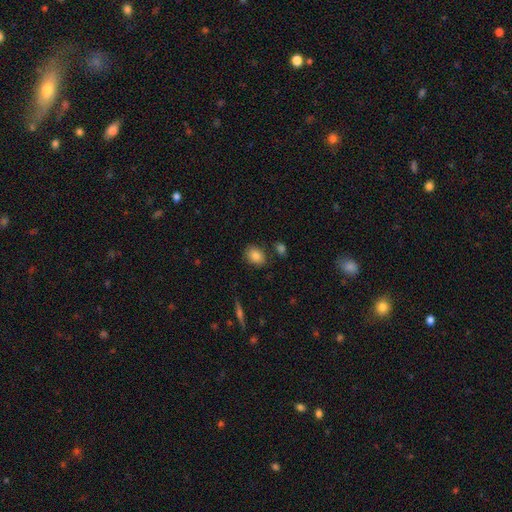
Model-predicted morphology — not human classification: type=smooth (83%); roundness=in between (63%); merging=none (83%).